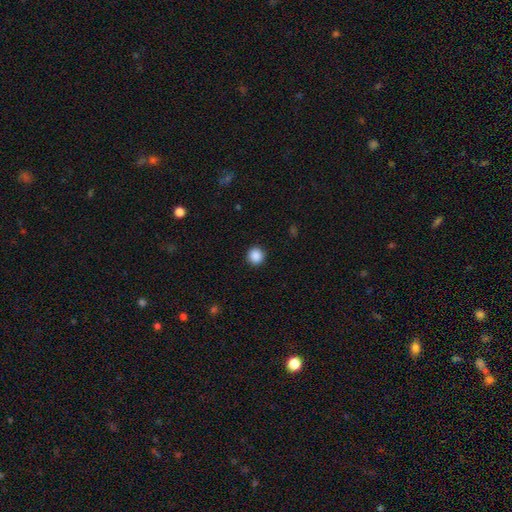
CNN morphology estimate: type=smooth (89%); roundness=round (94%); merging=none (93%).